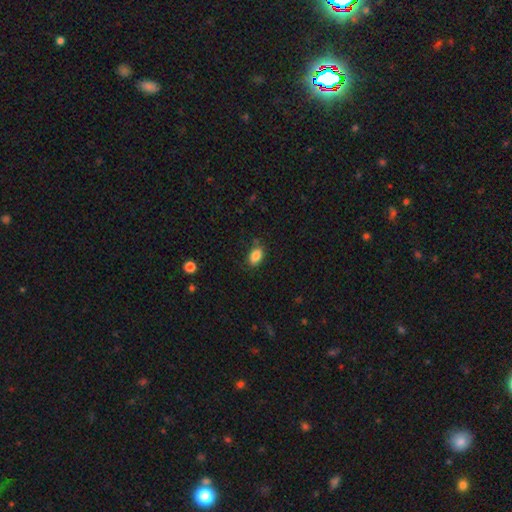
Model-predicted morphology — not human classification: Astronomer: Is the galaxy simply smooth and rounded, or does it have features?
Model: smooth — 86%.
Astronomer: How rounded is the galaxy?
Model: in between — 88%.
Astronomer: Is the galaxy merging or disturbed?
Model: none — 79%.